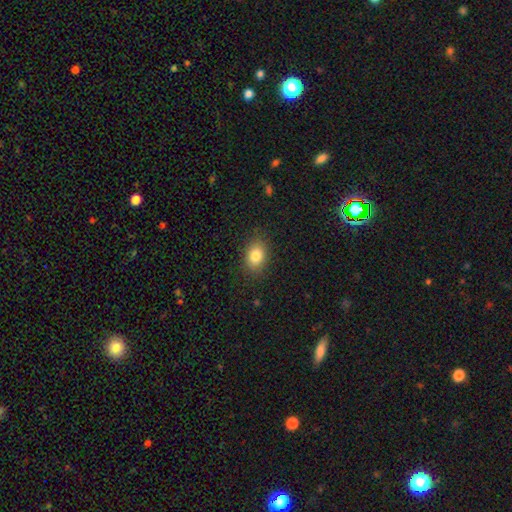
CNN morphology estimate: Smooth or featured?
  - smooth: 83% *
  - star or artifact: 9%
  - featured or disk: 8%
How rounded?
  - in between: 75% *
  - round: 24%
  - cigar-shaped: 1%
Merging?
  - none: 86% *
  - minor disturbance: 10%
  - major disturbance: 3%
  - merger: 1%